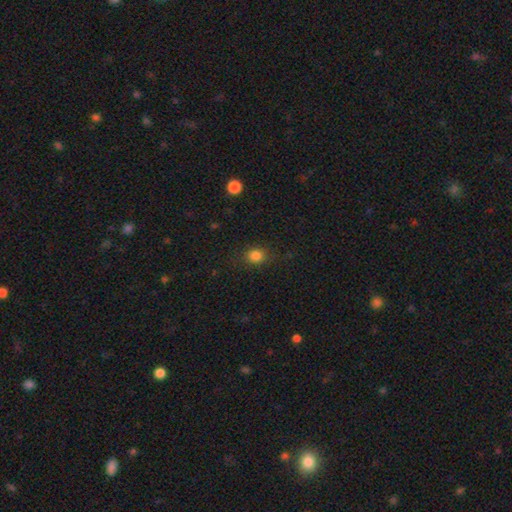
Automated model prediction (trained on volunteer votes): Q: Smooth or featured?
A: smooth (82%); runner-up: star or artifact (13%)
Q: How rounded?
A: round (72%); runner-up: in between (27%)
Q: Merging?
A: none (84%); runner-up: minor disturbance (11%)